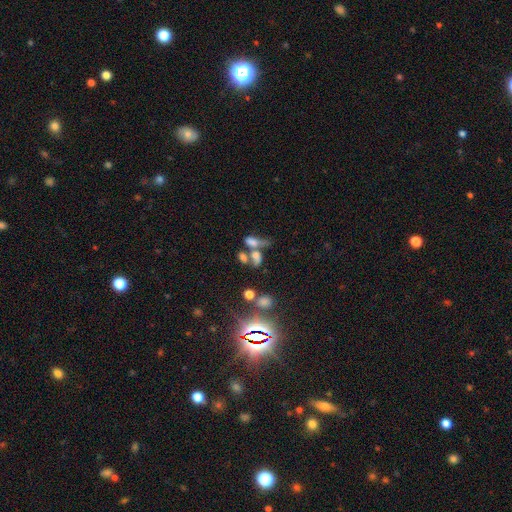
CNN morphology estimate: Smooth or featured? Predicted: smooth (p=0.51). How rounded? Predicted: in between (p=0.71). Merging? Predicted: merger (p=0.52).